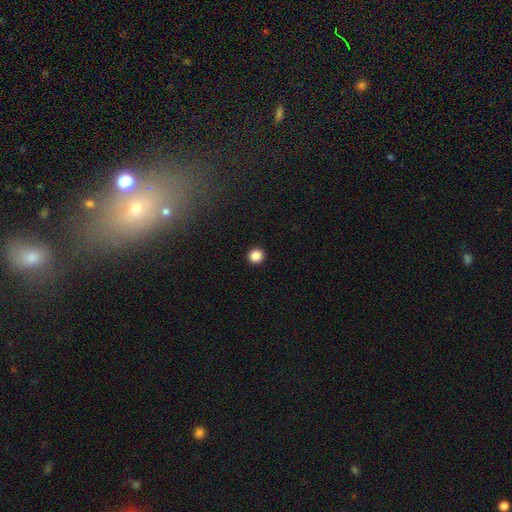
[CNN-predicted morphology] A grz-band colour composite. It shows a smooth galaxy with no disk features (86%) that is round (94%). Merging: none (93%).